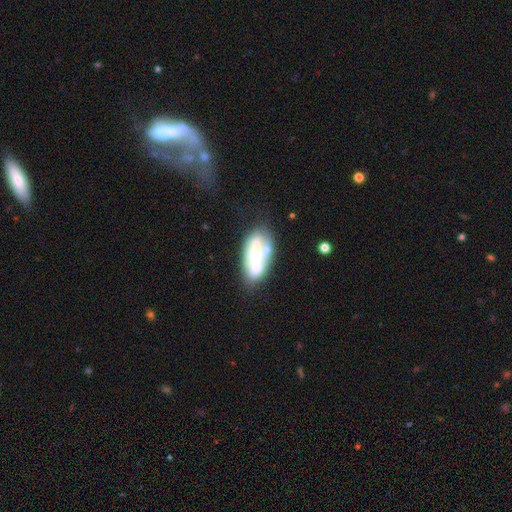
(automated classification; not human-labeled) The model was most divided on "merging": none: 37%, merger: 27%, minor disturbance: 21%, major disturbance: 15%. More confident: edge-on disk — no (93%); smooth or featured — featured or disk (53%).